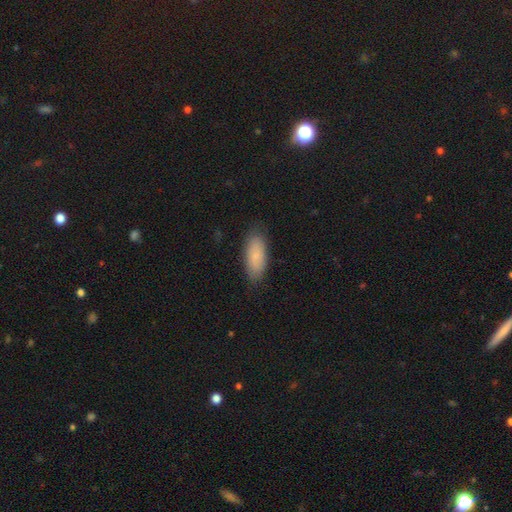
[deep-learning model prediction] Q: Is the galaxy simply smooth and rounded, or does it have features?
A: smooth — 81%.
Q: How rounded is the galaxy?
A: in between — 85%.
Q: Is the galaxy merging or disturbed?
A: none — 83%.